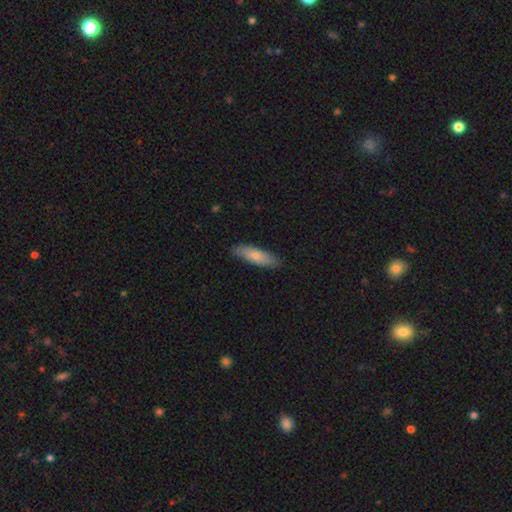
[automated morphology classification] Smooth or featured? smooth (74%)
How rounded? cigar-shaped (49%, tied with in between)
Merging? none (84%)